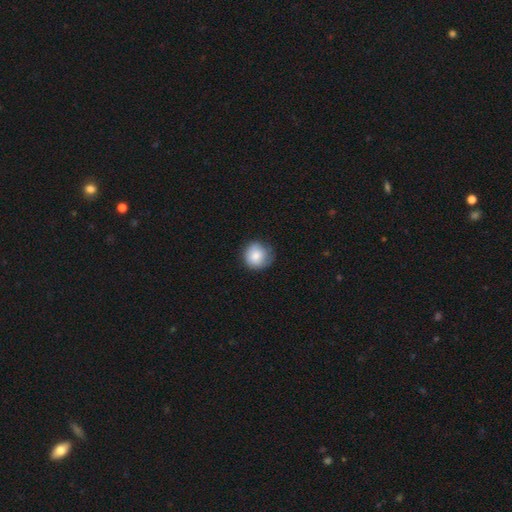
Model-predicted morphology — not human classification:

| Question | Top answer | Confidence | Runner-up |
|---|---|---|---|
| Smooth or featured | smooth | 79% | featured or disk (14%) |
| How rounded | round | 91% | in between (8%) |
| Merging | none | 69% | minor disturbance (24%) |